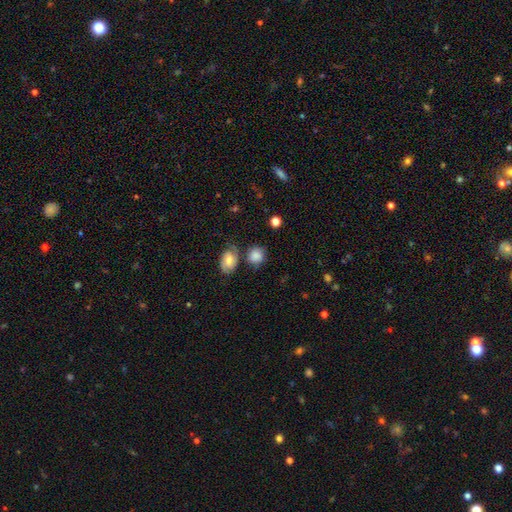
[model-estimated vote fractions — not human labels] smooth-or-featured: smooth: 73% | featured or disk: 18% | star or artifact: 9%
  how-rounded: round: 75% | in between: 24% | cigar-shaped: 1%
  merging: none: 63% | minor disturbance: 18% | merger: 12% | major disturbance: 7%